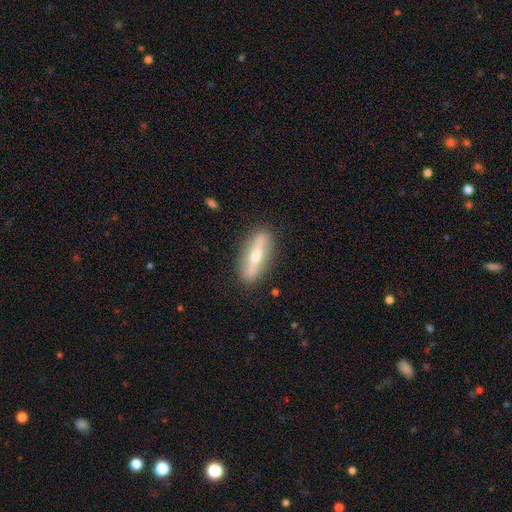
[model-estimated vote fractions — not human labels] smooth-or-featured: featured or disk: 63% | smooth: 31% | star or artifact: 6%
  disk-edge-on: yes: 74% | no: 26%
  merging: none: 88% | minor disturbance: 9% | major disturbance: 2% | merger: 1%